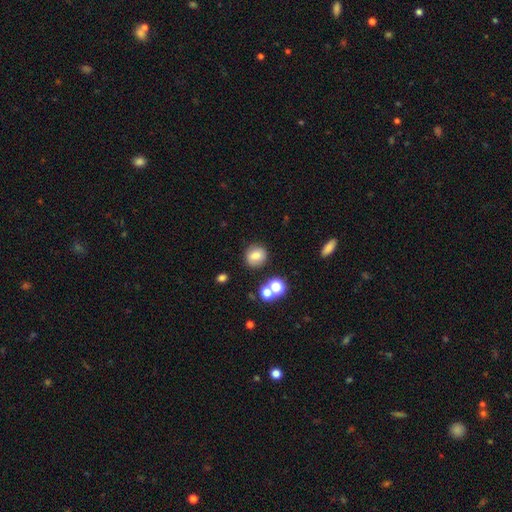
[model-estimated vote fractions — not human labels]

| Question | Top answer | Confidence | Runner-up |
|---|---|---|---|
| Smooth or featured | smooth | 78% | star or artifact (12%) |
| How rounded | round | 74% | in between (25%) |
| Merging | none | 82% | minor disturbance (9%) |